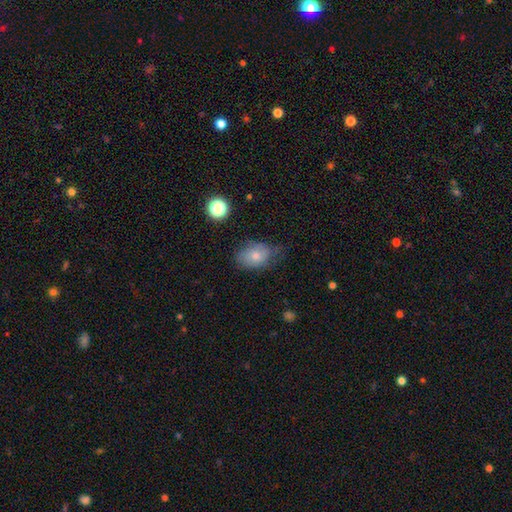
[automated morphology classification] Smooth or featured? Predicted: smooth (p=0.69). How rounded? Predicted: in between (p=0.77). Merging? Predicted: none (p=0.51).